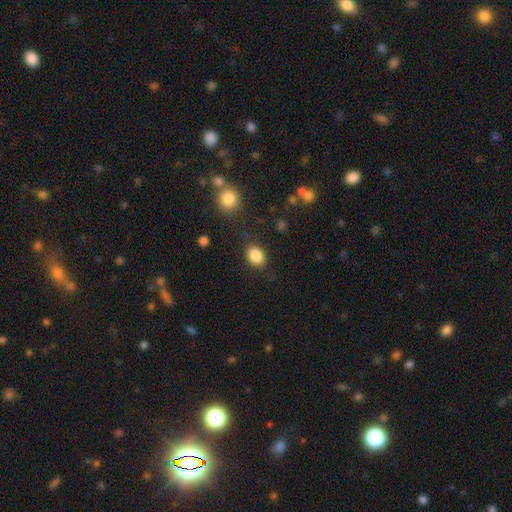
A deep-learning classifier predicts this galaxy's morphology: smooth-or-featured: smooth: 87% | star or artifact: 9% | featured or disk: 4%
  how-rounded: in between: 69% | round: 30% | cigar-shaped: 1%
  merging: none: 82% | minor disturbance: 11% | major disturbance: 4% | merger: 2%